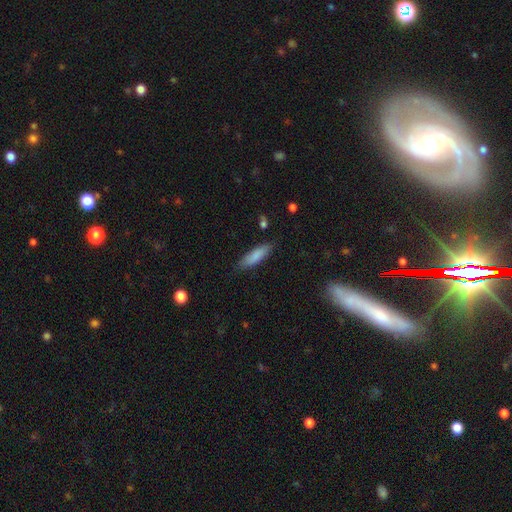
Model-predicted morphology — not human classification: This is clearly a smooth galaxy (85%). How rounded: possibly cigar-shaped (54%). Merging: clearly none (82%).